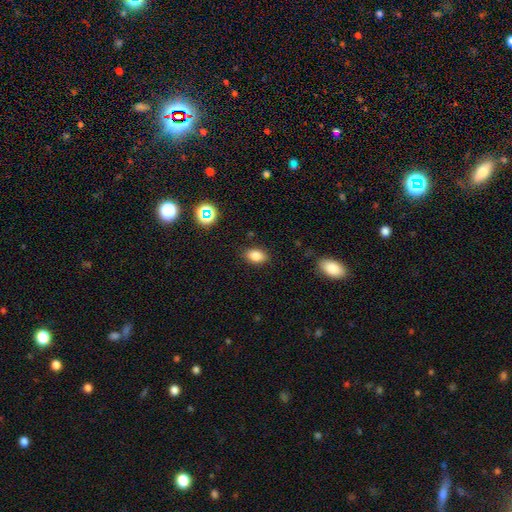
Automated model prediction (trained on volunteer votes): The model was most divided on "how rounded": in between: 84%, round: 14%, cigar-shaped: 2%. More confident: merging — none (86%); smooth or featured — smooth (83%).